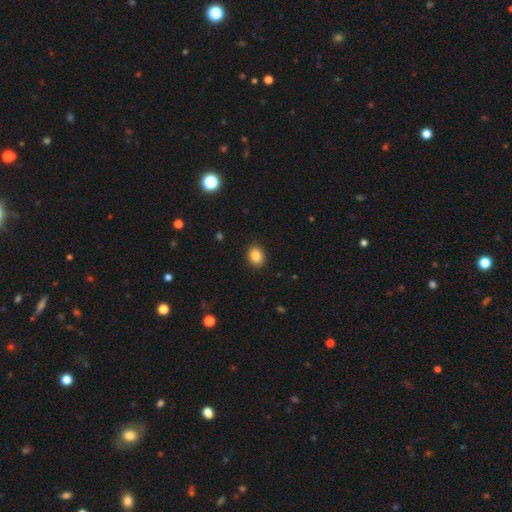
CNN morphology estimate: Smooth or featured?
  - smooth: 87% *
  - star or artifact: 9%
  - featured or disk: 4%
How rounded?
  - in between: 51% *
  - round: 48%
  - cigar-shaped: 1%
Merging?
  - none: 91% *
  - minor disturbance: 7%
  - major disturbance: 2%
  - merger: 1%